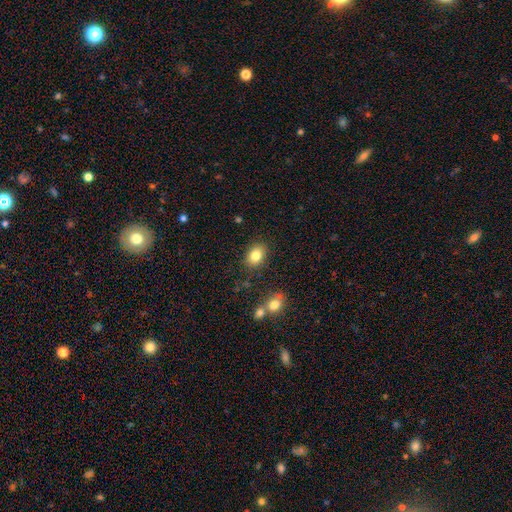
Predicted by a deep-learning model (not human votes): Q: Smooth or featured?
A: smooth (83%); runner-up: star or artifact (9%)
Q: How rounded?
A: in between (75%); runner-up: round (24%)
Q: Merging?
A: none (84%); runner-up: minor disturbance (10%)